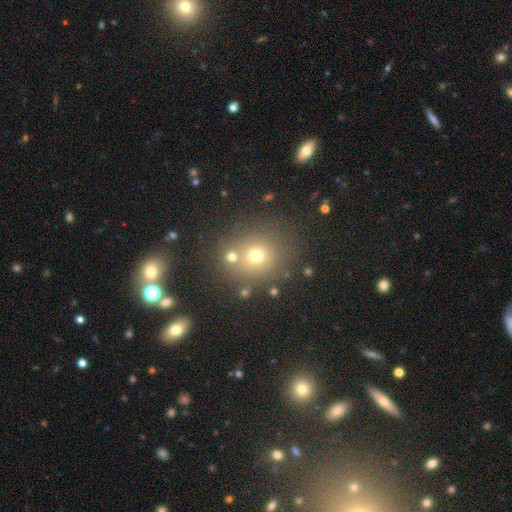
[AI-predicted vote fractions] smooth_or_featured: smooth (p=0.66) [alt: star or artifact p=0.23]
how_rounded: round (p=0.83) [alt: in between p=0.16]
merging: none (p=0.73) [alt: merger p=0.13]